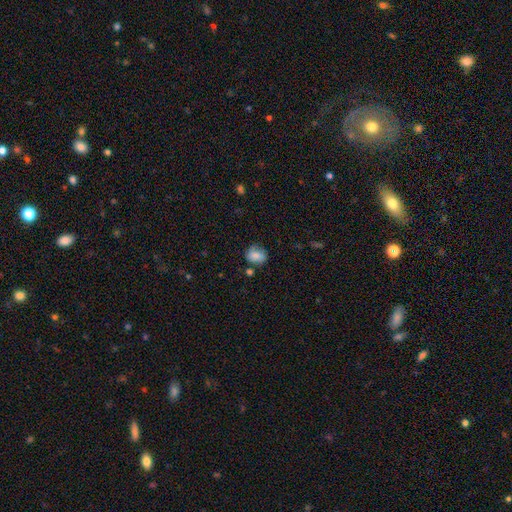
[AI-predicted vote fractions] smooth_or_featured: smooth (p=0.78) [alt: featured or disk p=0.13]
how_rounded: round (p=0.56) [alt: in between p=0.43]
merging: none (p=0.63) [alt: minor disturbance p=0.24]